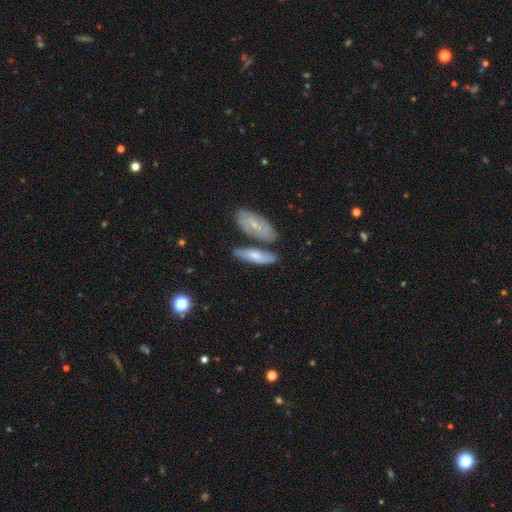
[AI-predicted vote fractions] Morphology: type=smooth (59%); roundness=in between (53%); merging=none (60%).